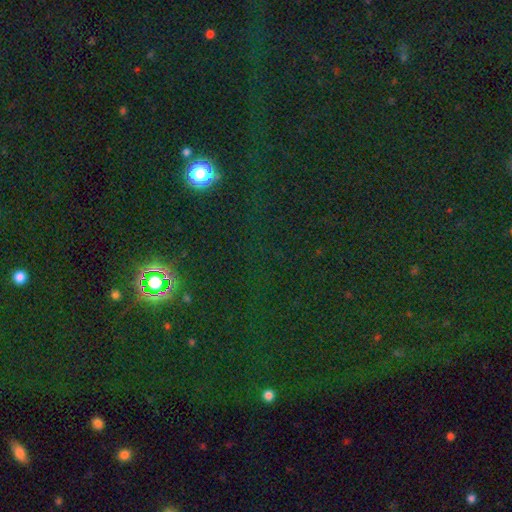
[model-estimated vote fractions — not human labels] star or artifact 82%, smooth 11%, featured or disk 7%.